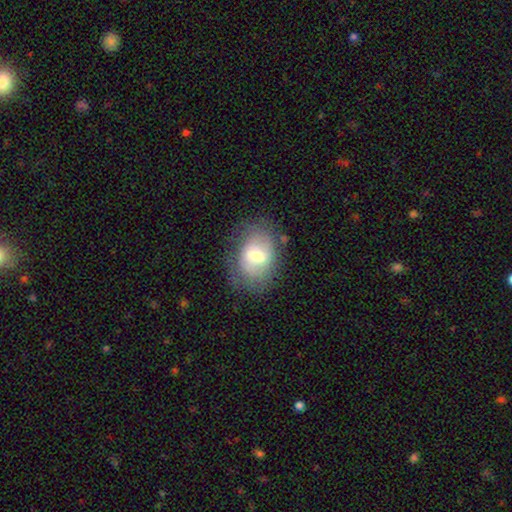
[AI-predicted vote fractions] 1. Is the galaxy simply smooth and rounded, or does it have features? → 54% smooth, 38% featured or disk, 8% star or artifact.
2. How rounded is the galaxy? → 79% in between, 20% round, 1% cigar-shaped.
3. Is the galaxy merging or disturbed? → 65% none, 23% minor disturbance, 11% major disturbance, 2% merger.